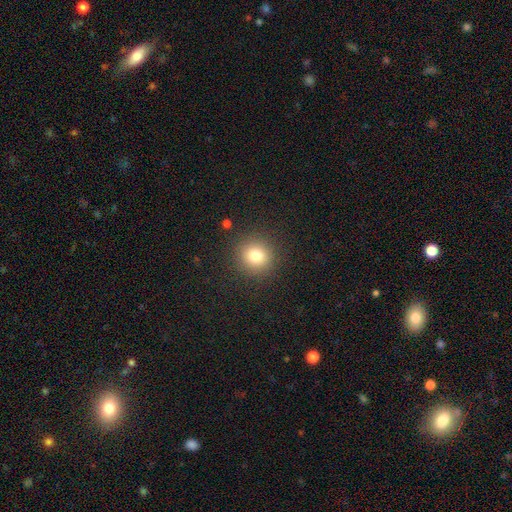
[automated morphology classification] Smooth or featured: smooth — 80% (star or artifact — 13%)
How rounded: round — 91% (in between — 9%)
Merging: none — 89% (minor disturbance — 7%)